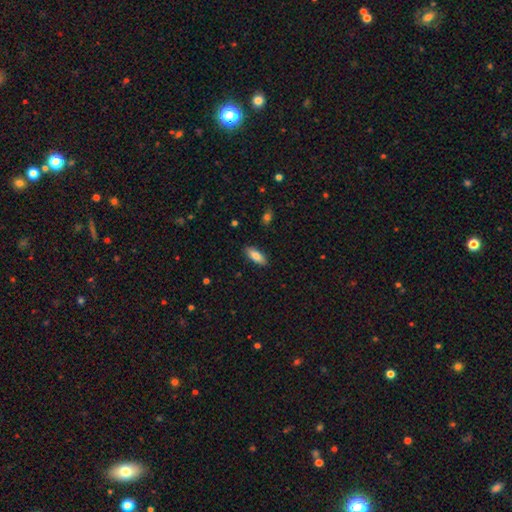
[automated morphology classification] smooth 84%, featured or disk 10%, star or artifact 6%. Down the decision tree: how rounded — in between (77%); merging — none (88%).